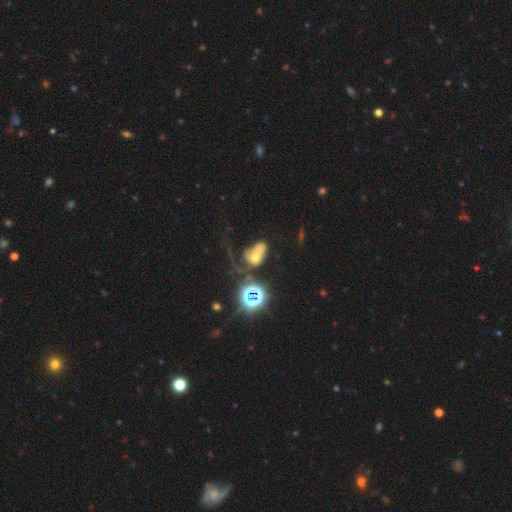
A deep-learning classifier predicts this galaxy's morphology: A smooth galaxy with no disk features (42%).

Vote fractions:
- Smooth or featured? smooth: 42% / featured or disk: 31% / star or artifact: 27%
- Merging? major disturbance: 36% / merger: 33% / none: 18% / minor disturbance: 13%